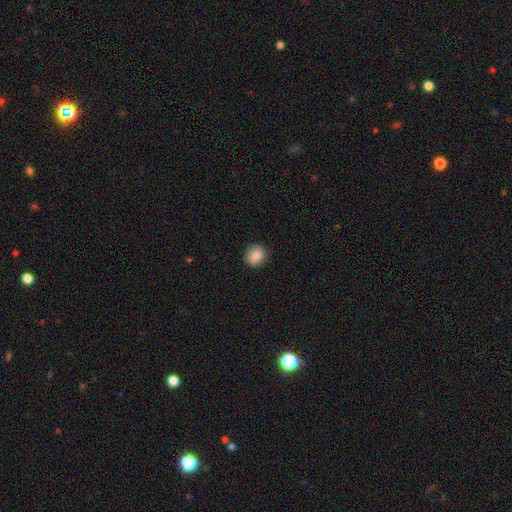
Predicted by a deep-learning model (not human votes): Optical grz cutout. It shows a smooth galaxy with no disk features (86%) that is round (67%). Merging: none (88%).